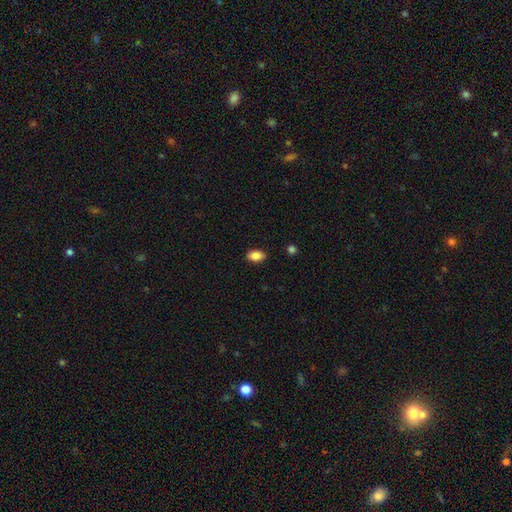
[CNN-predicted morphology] Smooth or featured? Predicted: smooth (p=0.87). How rounded? Predicted: in between (p=0.87). Merging? Predicted: none (p=0.88).